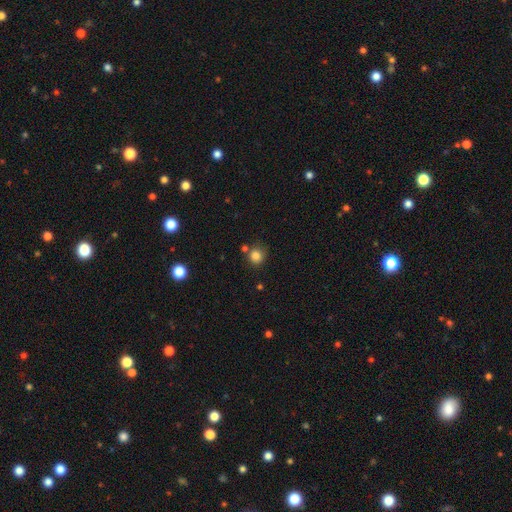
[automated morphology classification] The model was most divided on "merging": none: 73%, minor disturbance: 13%, merger: 10%, major disturbance: 4%. More confident: how rounded — round (89%); smooth or featured — smooth (83%).